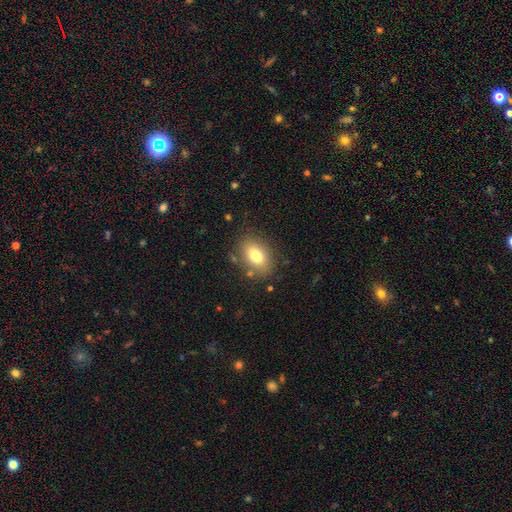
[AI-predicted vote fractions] This is likely a smooth galaxy (75%). How rounded: clearly in between (80%). Merging: clearly none (81%).